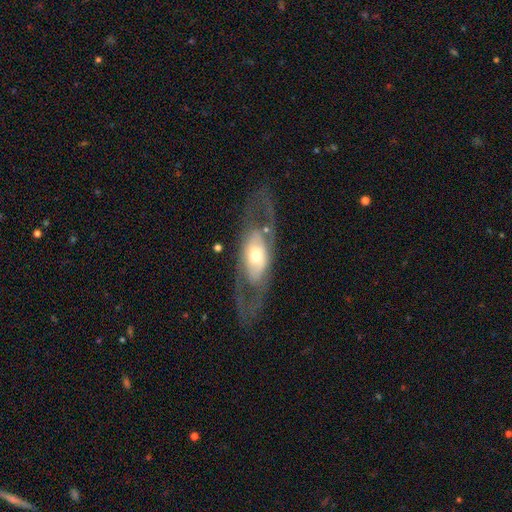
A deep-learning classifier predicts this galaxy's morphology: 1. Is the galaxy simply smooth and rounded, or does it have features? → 69% featured or disk, 25% smooth, 6% star or artifact.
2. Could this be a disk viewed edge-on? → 80% no, 20% yes.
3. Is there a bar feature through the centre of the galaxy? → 69% no, 19% weak, 12% strong.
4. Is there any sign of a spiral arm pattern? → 58% no, 42% yes.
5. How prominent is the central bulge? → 61% moderate, 22% small, 14% large, 2% dominant, 1% none.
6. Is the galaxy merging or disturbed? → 70% none, 15% major disturbance, 14% minor disturbance, 2% merger.